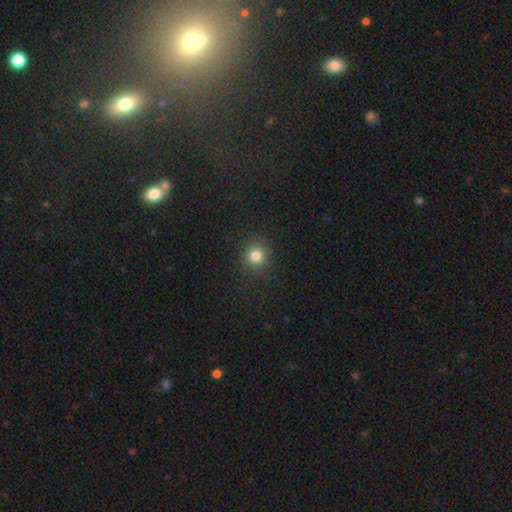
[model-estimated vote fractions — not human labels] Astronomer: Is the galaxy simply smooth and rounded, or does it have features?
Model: smooth — 80%.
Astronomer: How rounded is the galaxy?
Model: round — 92%.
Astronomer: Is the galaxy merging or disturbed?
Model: none — 90%.